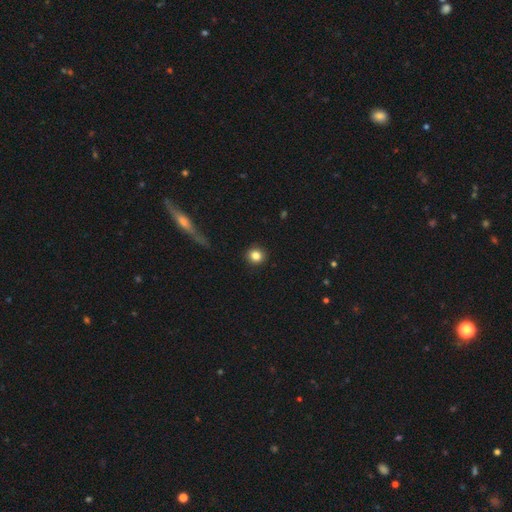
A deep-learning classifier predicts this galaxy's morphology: smooth_or_featured: smooth (p=0.84) [alt: star or artifact p=0.10]
how_rounded: round (p=0.90) [alt: in between p=0.09]
merging: none (p=0.92) [alt: minor disturbance p=0.05]